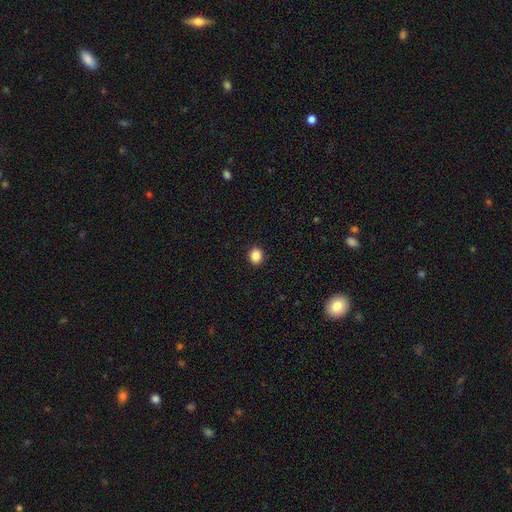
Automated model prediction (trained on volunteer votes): Morphology: type=smooth (88%); roundness=round (64%); merging=none (92%).